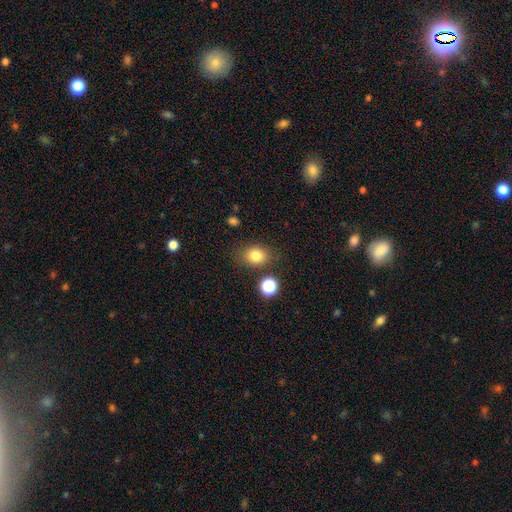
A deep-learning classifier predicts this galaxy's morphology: Smooth or featured: smooth — 81% (star or artifact — 12%)
How rounded: in between — 53% (round — 46%)
Merging: none — 79% (minor disturbance — 13%)